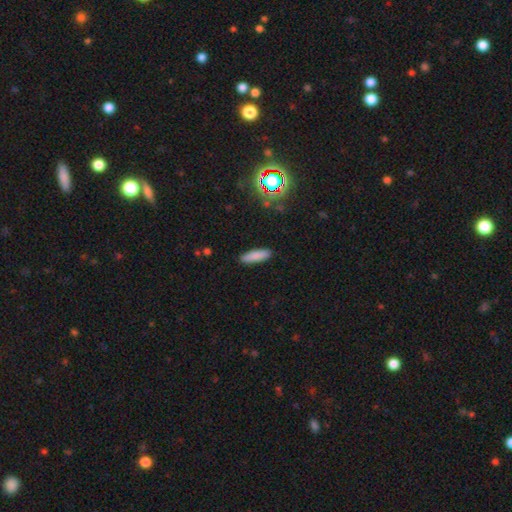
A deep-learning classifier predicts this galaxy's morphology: This appears to be a smooth galaxy with no disk features (83%) that is cigar-shaped (60%). Merging: none (89%).